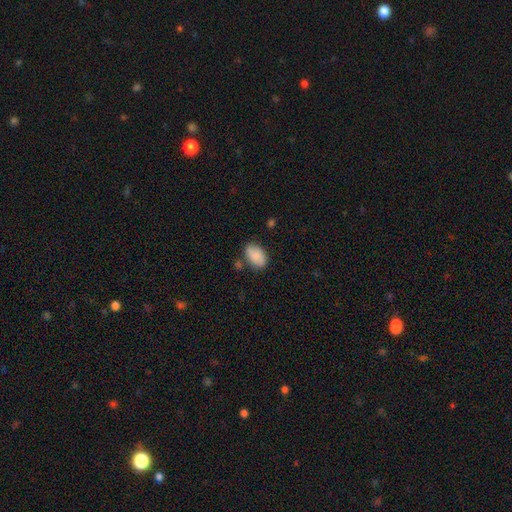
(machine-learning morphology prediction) Overall: smooth (84%). How rounded: in between (89%). Merging: none (71%).